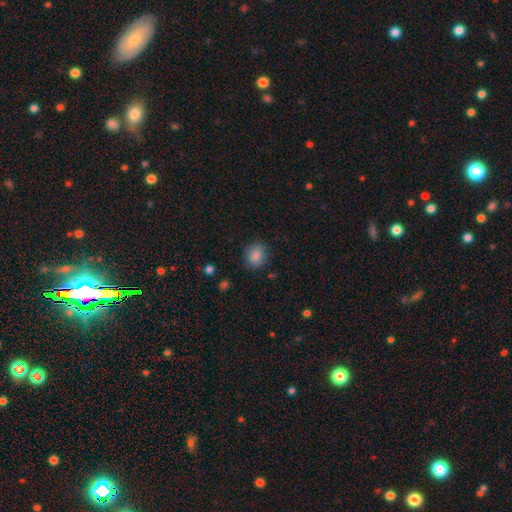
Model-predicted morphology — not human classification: Smooth or featured: smooth — 84% (star or artifact — 9%)
How rounded: round — 70% (in between — 29%)
Merging: none — 85% (minor disturbance — 11%)